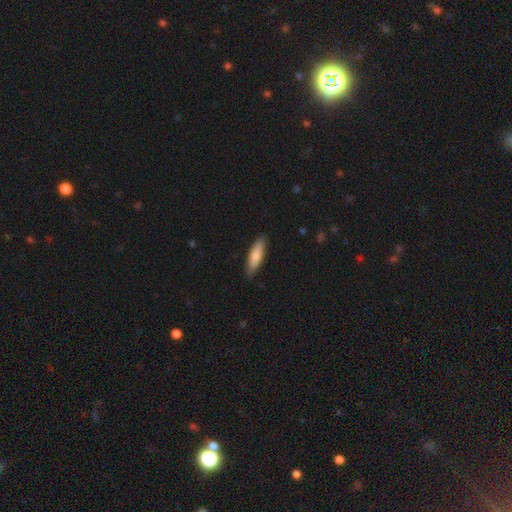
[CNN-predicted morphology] A smooth galaxy with no disk features (77%) that is cigar-shaped (62%). Merging: none (87%).